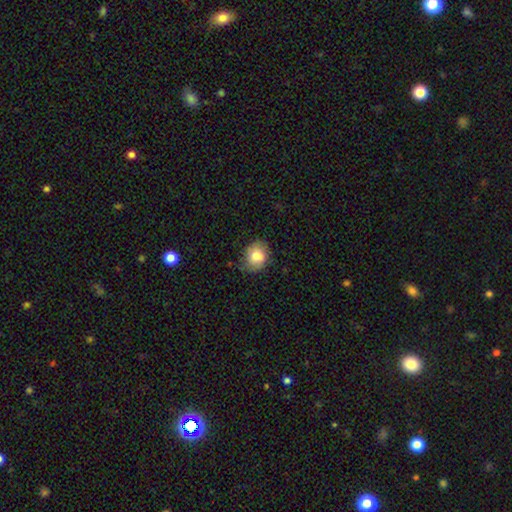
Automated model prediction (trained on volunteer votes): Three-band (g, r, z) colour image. It shows a smooth galaxy with no disk features (79%) that is round (60%). Merging: none (70%).